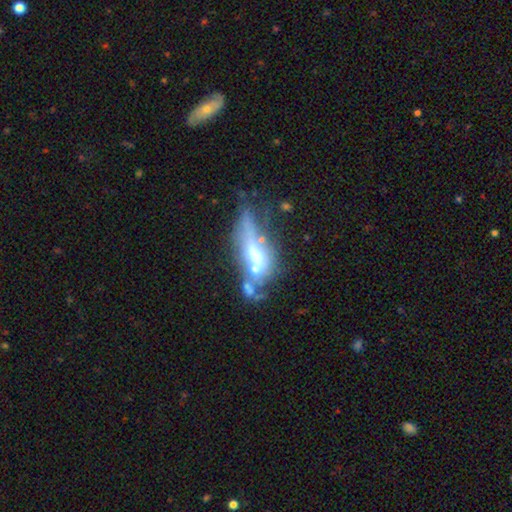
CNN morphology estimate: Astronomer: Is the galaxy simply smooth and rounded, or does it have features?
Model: featured or disk — 59%.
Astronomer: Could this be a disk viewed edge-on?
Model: no — 74%.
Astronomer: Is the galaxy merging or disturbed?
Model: merger — 33% (runner-up: major disturbance, 28%).